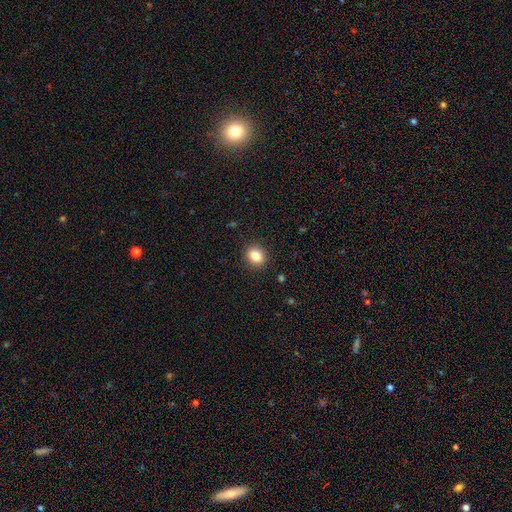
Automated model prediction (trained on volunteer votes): smooth 84%, star or artifact 10%, featured or disk 6%. Down the decision tree: how rounded — round (68%); merging — none (90%).